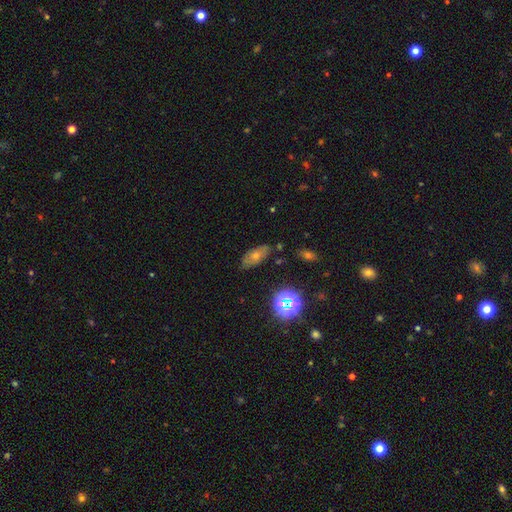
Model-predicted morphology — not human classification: Overall: smooth (47%; featured or disk 28%). Merging: none (80%).